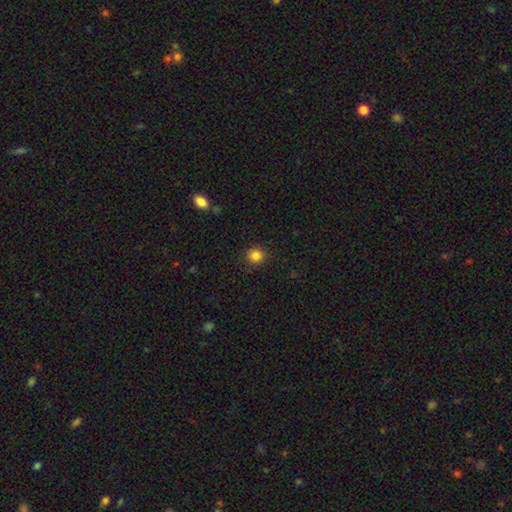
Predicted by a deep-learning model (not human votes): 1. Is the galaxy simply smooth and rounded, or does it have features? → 84% smooth, 12% star or artifact, 4% featured or disk.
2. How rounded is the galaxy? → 92% round, 7% in between, 1% cigar-shaped.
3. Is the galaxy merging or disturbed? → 90% none, 7% minor disturbance, 2% major disturbance, 1% merger.